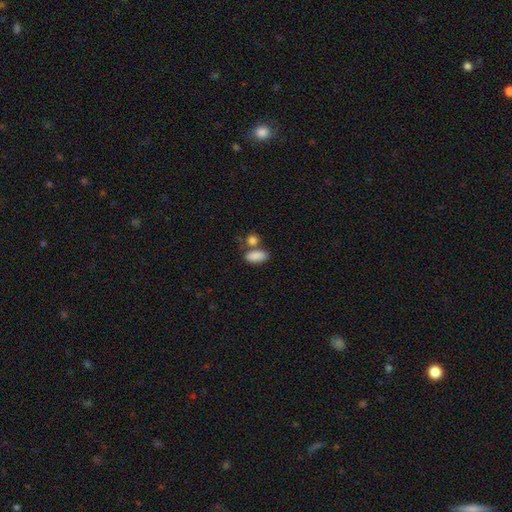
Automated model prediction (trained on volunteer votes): A smooth galaxy with no disk features (86%) that is in between round and cigar-shaped (88%).

Vote fractions:
- Smooth or featured? smooth: 86% / star or artifact: 8% / featured or disk: 6%
- How rounded? in between: 88% / cigar-shaped: 7% / round: 5%
- Merging? none: 52% / merger: 29% / minor disturbance: 13% / major disturbance: 5%